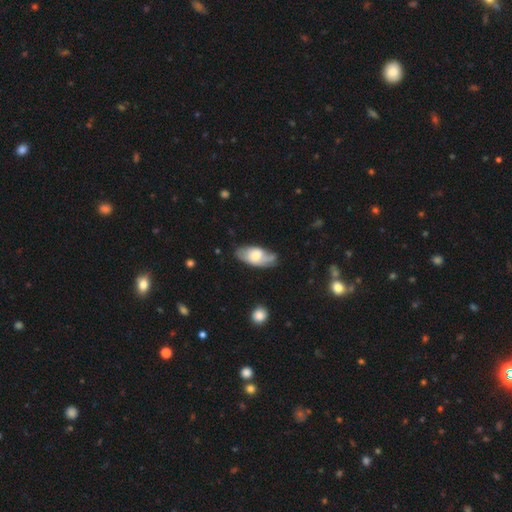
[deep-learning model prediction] Smooth or featured?
  - smooth: 55% *
  - featured or disk: 39%
  - star or artifact: 6%
How rounded?
  - in between: 91% *
  - cigar-shaped: 7%
  - round: 2%
Merging?
  - none: 55% *
  - minor disturbance: 31%
  - major disturbance: 10%
  - merger: 3%